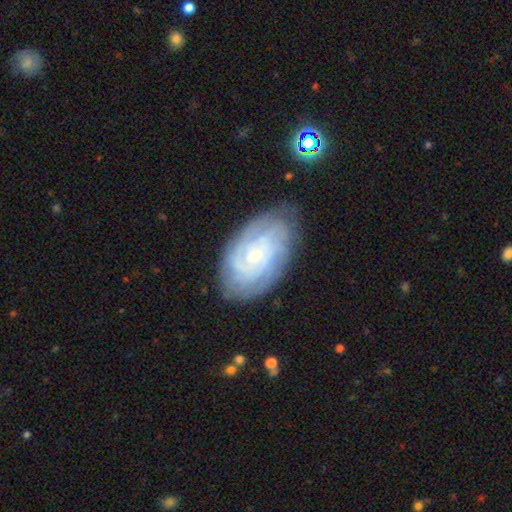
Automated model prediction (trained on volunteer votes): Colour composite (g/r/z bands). It shows a featured or disk galaxy (82%) with no bar (74%), tight (77%) spiral arms (96%) and a small central bulge (77%). Merging: none (78%).